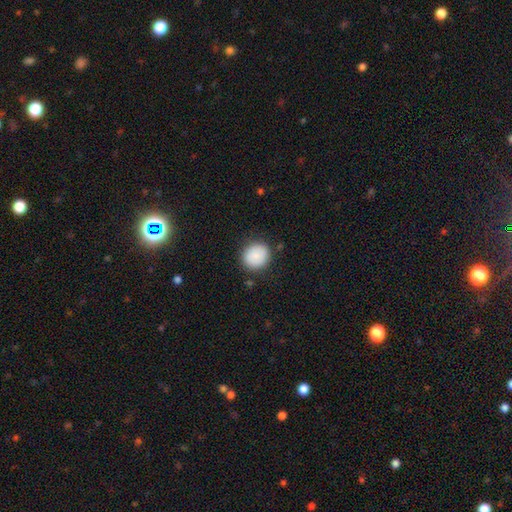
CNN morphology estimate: This appears to be a smooth galaxy with no disk features (88%) that is round (82%). Merging: none (85%).